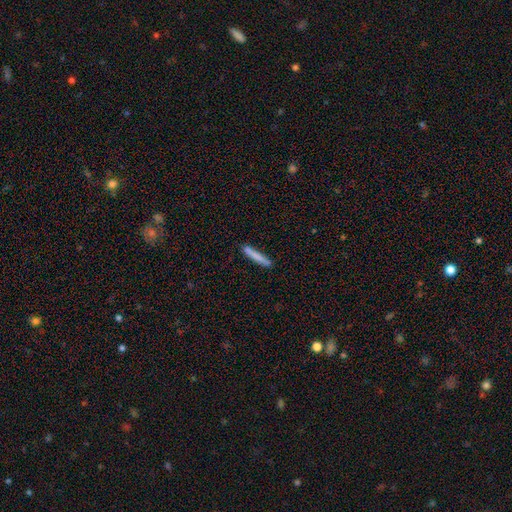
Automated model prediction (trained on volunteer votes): smooth_or_featured: smooth (p=0.78) [alt: featured or disk p=0.16]
how_rounded: cigar-shaped (p=0.95) [alt: in between p=0.04]
merging: none (p=0.86) [alt: minor disturbance p=0.10]